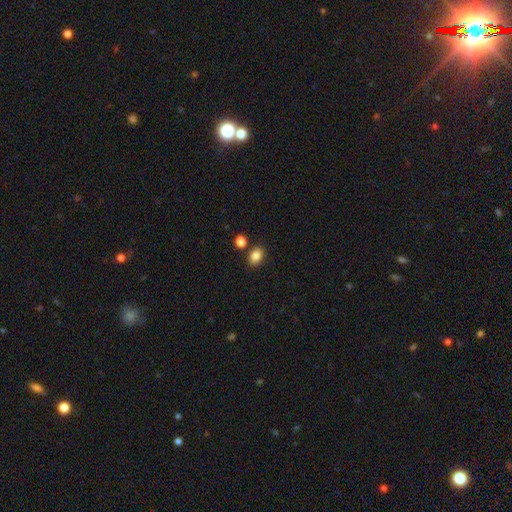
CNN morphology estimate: A smooth galaxy with no disk features (85%) that is in between round and cigar-shaped (72%).

Vote fractions:
- Smooth or featured? smooth: 85% / star or artifact: 10% / featured or disk: 6%
- How rounded? in between: 72% / round: 27% / cigar-shaped: 1%
- Merging? none: 78% / minor disturbance: 10% / merger: 9% / major disturbance: 3%